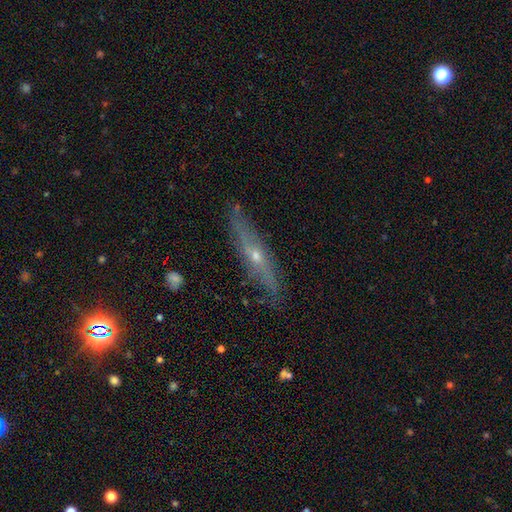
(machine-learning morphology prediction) A featured or disk galaxy (69%) viewed edge-on (76%) with a rounded central bulge (82%). Merging: none (81%).